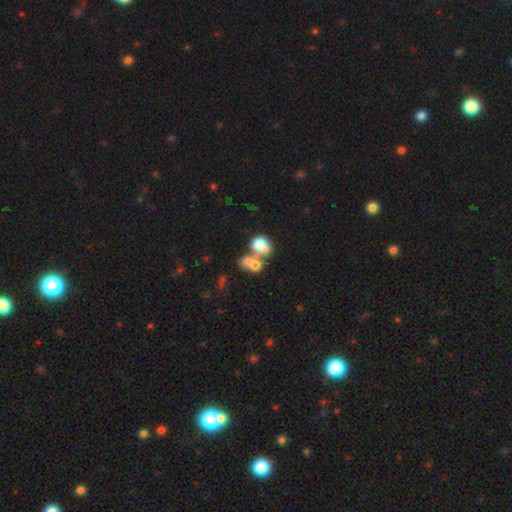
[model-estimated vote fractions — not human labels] Morphology: type=smooth (62%); roundness=in between (54%); merging=merger (59%).